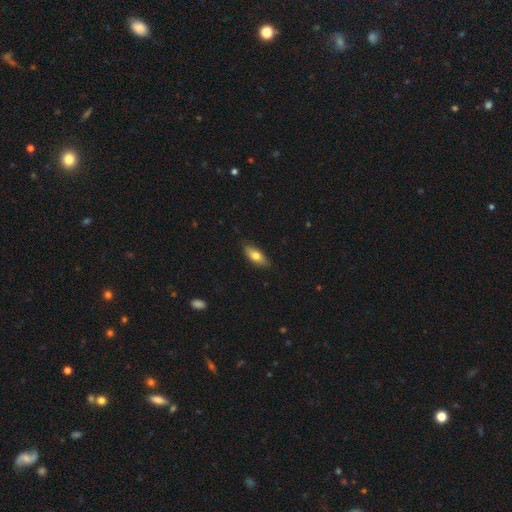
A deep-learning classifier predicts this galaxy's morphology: Smooth or featured? Predicted: smooth (p=0.72). How rounded? Predicted: in between (p=0.76). Merging? Predicted: none (p=0.84).